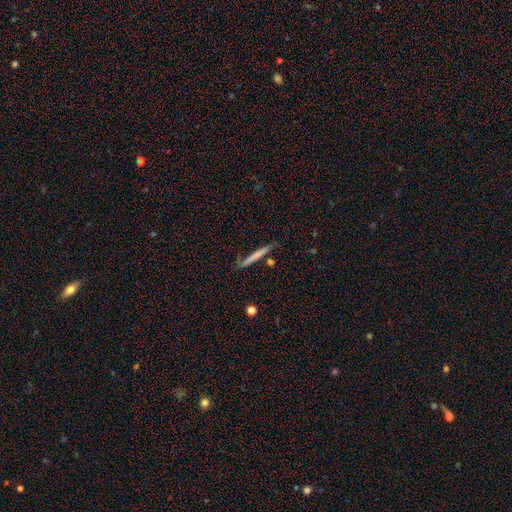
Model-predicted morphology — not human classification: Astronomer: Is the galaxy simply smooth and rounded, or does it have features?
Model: smooth — 66%.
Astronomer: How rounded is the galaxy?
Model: cigar-shaped — 96%.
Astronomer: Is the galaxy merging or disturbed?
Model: none — 80%.